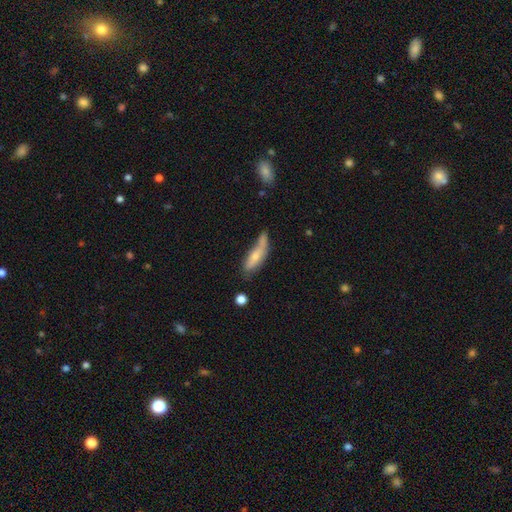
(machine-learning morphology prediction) The model was most divided on "merging": none: 40%, minor disturbance: 33%, major disturbance: 16%, merger: 12%. More confident: smooth or featured — smooth (62%); how rounded — cigar-shaped (58%).